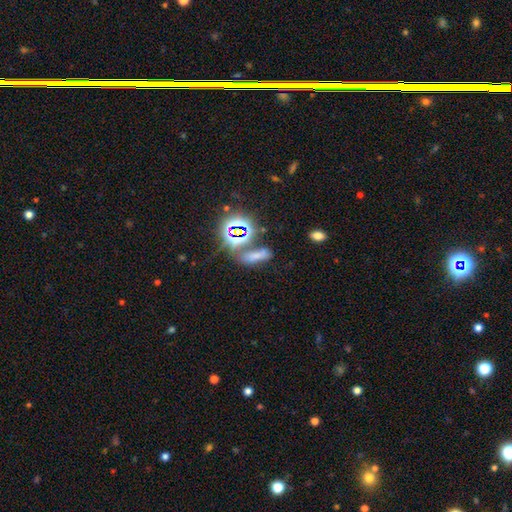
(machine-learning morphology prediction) A smooth galaxy with no disk features (50%) that is in between round and cigar-shaped (53%). Merging: none (49%).